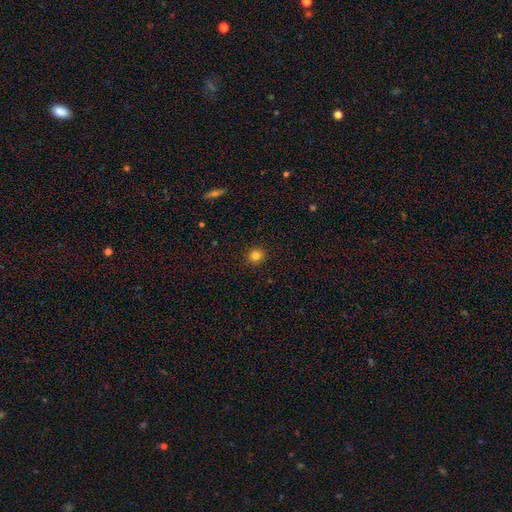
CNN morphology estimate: smooth_or_featured: smooth (p=0.82) [alt: star or artifact p=0.13]
how_rounded: round (p=0.87) [alt: in between p=0.12]
merging: none (p=0.91) [alt: minor disturbance p=0.06]